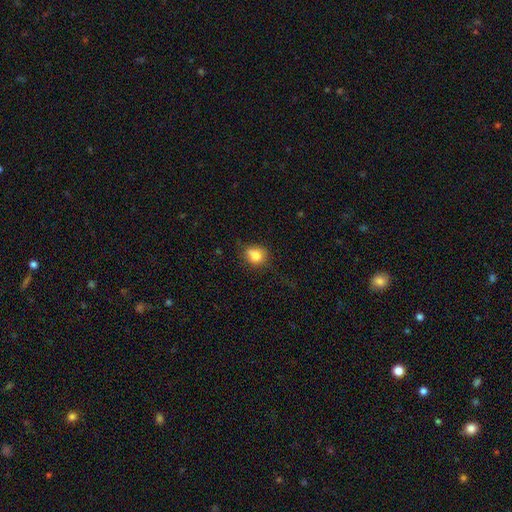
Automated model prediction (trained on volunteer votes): Smooth or featured: smooth — 80% (star or artifact — 11%)
How rounded: round — 69% (in between — 30%)
Merging: none — 61% (minor disturbance — 22%)